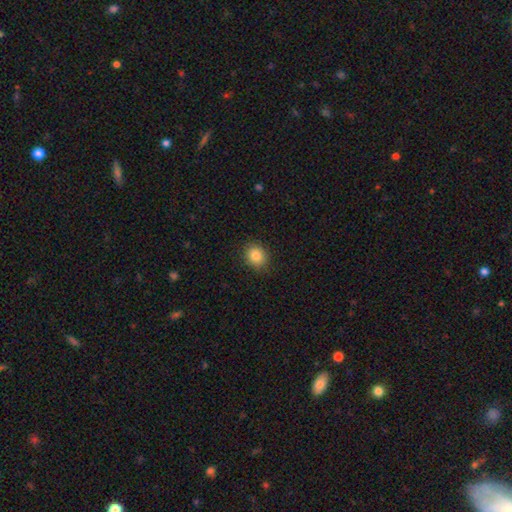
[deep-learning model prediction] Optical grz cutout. It shows a smooth galaxy with no disk features (85%) that is round (69%). Merging: none (88%).